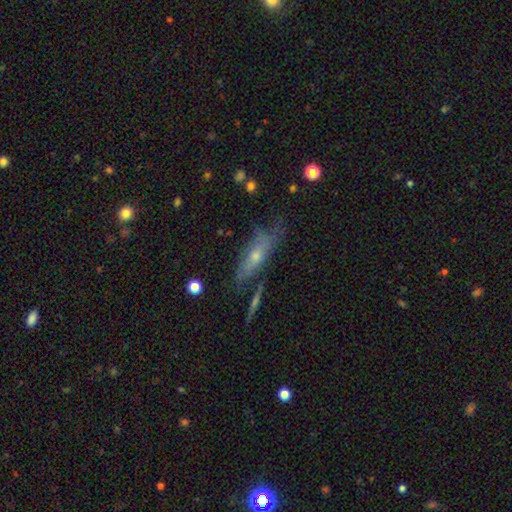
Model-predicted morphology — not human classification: A featured or disk galaxy (48%). Merging: none (55%).